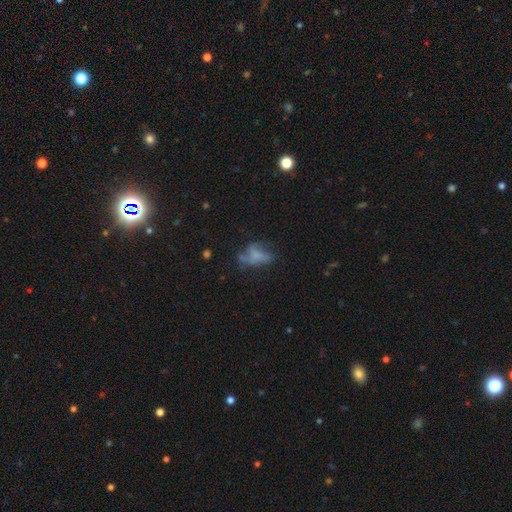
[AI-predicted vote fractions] Smooth or featured? Predicted: smooth (p=0.45). Merging? Predicted: none (p=0.37).